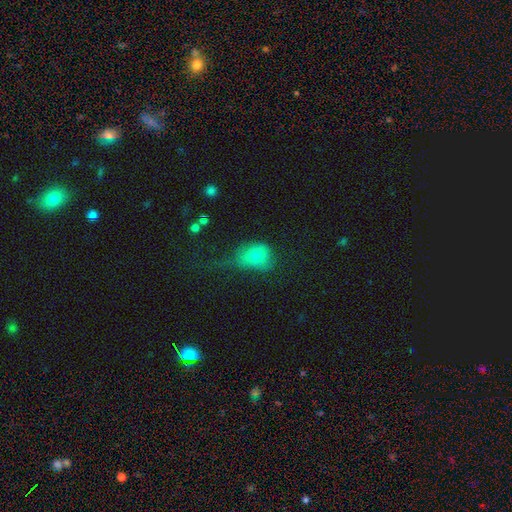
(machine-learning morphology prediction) A smooth galaxy with no disk features (73%) that is in between round and cigar-shaped (58%).

Vote fractions:
- Smooth or featured? smooth: 73% / featured or disk: 15% / star or artifact: 12%
- How rounded? in between: 58% / round: 40% / cigar-shaped: 2%
- Merging? major disturbance: 39% / minor disturbance: 29% / none: 28% / merger: 4%